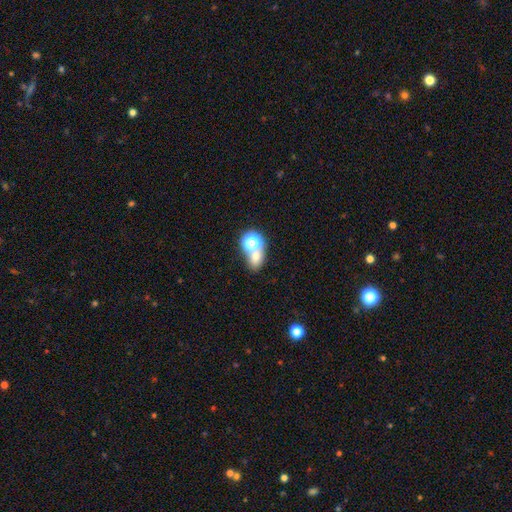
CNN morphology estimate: Smooth or featured: smooth — 64% (star or artifact — 24%)
How rounded: in between — 50% (round — 48%)
Merging: none — 47% (merger — 40%)